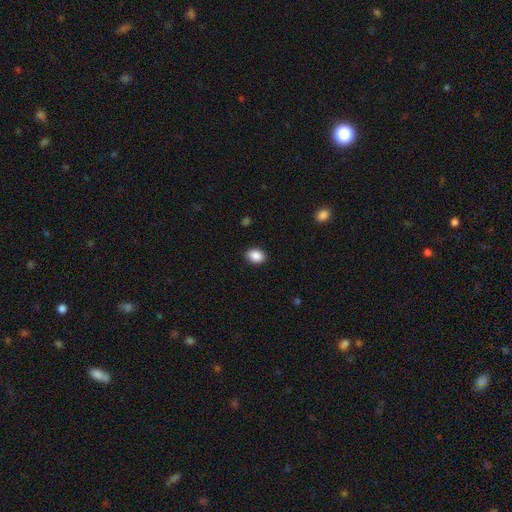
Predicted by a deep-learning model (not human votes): smooth_or_featured: smooth (p=0.89) [alt: star or artifact p=0.08]
how_rounded: in between (p=0.69) [alt: round p=0.30]
merging: none (p=0.90) [alt: minor disturbance p=0.07]